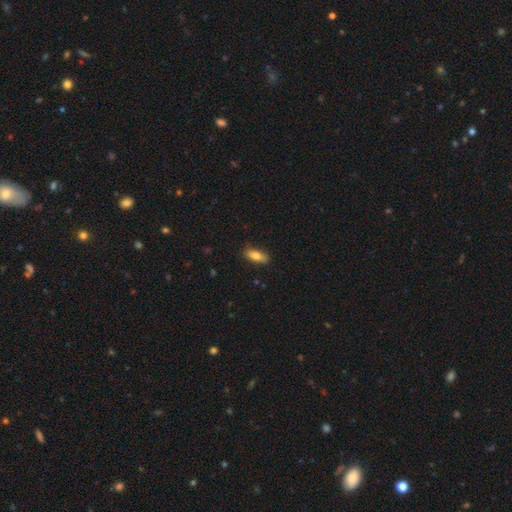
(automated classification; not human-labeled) Q: Smooth or featured?
A: smooth (79%); runner-up: featured or disk (14%)
Q: How rounded?
A: in between (76%); runner-up: cigar-shaped (22%)
Q: Merging?
A: none (84%); runner-up: minor disturbance (13%)